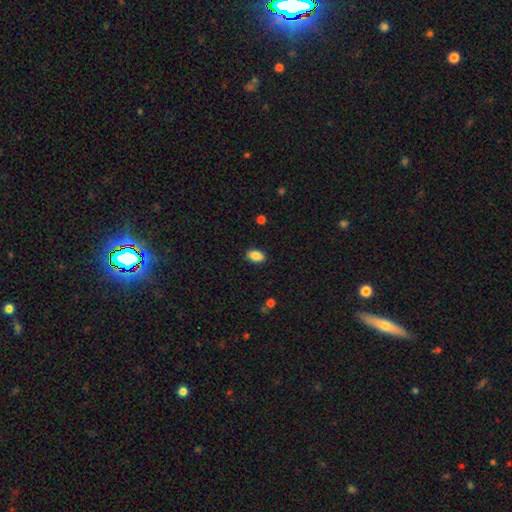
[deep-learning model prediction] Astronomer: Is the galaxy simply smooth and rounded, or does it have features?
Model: smooth — 87%.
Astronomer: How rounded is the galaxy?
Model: in between — 91%.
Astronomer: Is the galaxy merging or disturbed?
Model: none — 89%.